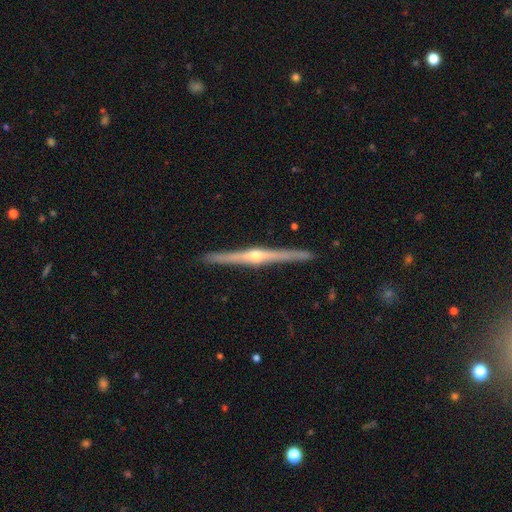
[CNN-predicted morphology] Smooth or featured: featured or disk — 85% (smooth — 10%)
Edge-on disk: yes — 99% (no — 1%)
Edge-on bulge: rounded — 92% (none — 4%)
Merging: none — 92% (minor disturbance — 5%)